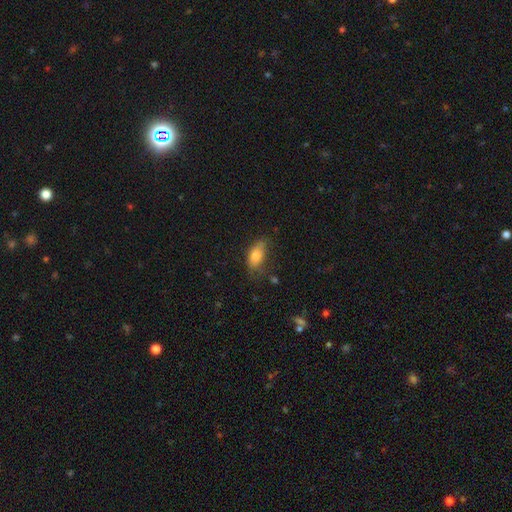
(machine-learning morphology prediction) Smooth or featured? Predicted: smooth (p=0.78). How rounded? Predicted: in between (p=0.86). Merging? Predicted: none (p=0.56).